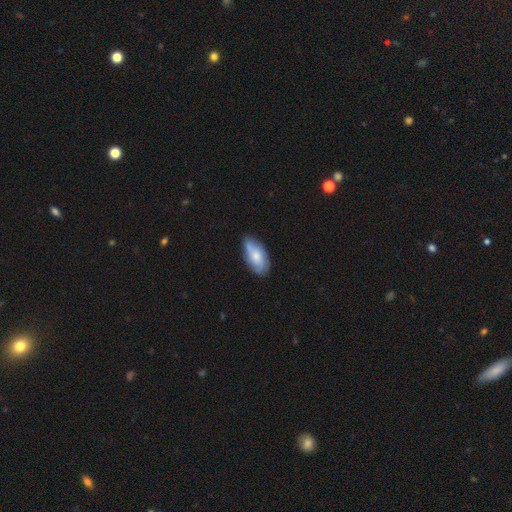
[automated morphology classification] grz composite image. It shows a smooth galaxy with no disk features (59%) that is in between round and cigar-shaped (91%). Merging: none (70%).